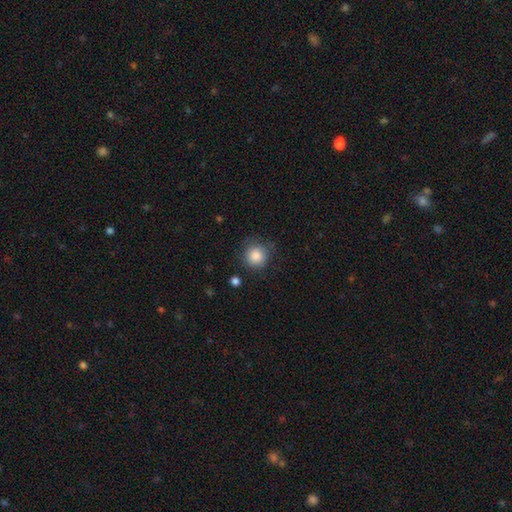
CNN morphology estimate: smooth-or-featured: smooth: 86% | star or artifact: 9% | featured or disk: 5%
  how-rounded: round: 91% | in between: 8% | cigar-shaped: 1%
  merging: none: 76% | minor disturbance: 17% | major disturbance: 5% | merger: 2%